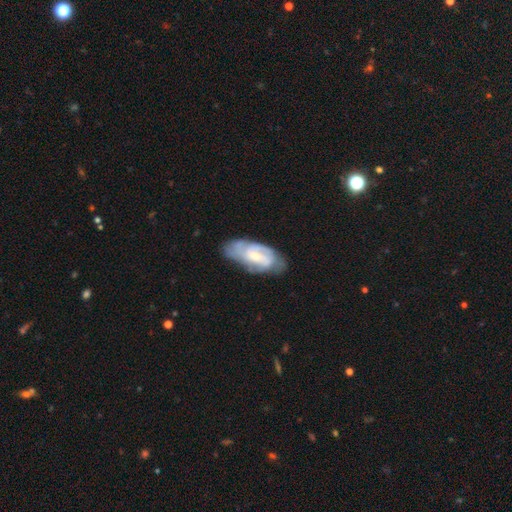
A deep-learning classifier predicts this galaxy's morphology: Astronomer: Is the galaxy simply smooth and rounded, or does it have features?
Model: featured or disk — 64%.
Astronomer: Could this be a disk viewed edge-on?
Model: no — 93%.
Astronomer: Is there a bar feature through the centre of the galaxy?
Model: no — 44%, tied with weak at 44%.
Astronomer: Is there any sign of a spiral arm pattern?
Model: yes — 80%.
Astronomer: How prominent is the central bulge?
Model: moderate — 43% (runner-up: small, 41%).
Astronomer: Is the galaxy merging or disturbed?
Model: none — 55%.